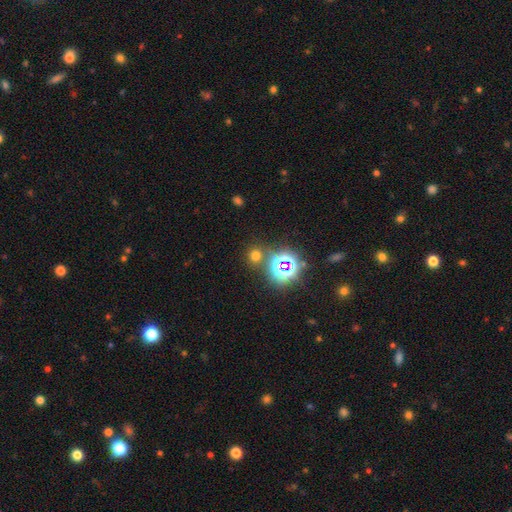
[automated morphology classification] Q: Smooth or featured?
A: smooth (54%); runner-up: star or artifact (39%)
Q: How rounded?
A: round (84%); runner-up: in between (15%)
Q: Merging?
A: none (79%); runner-up: merger (9%)